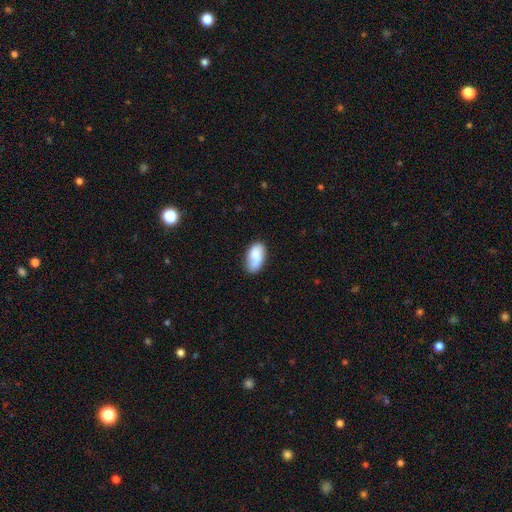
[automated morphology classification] Smooth or featured? Predicted: smooth (p=0.79). How rounded? Predicted: in between (p=0.93). Merging? Predicted: none (p=0.72).